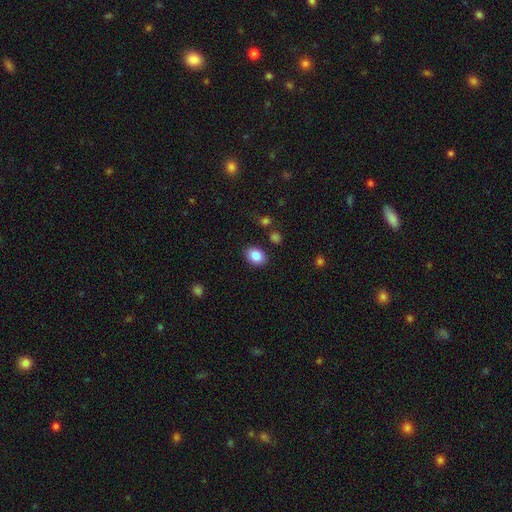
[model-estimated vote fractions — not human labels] Morphology: type=smooth (87%); roundness=in between (74%); merging=none (86%).